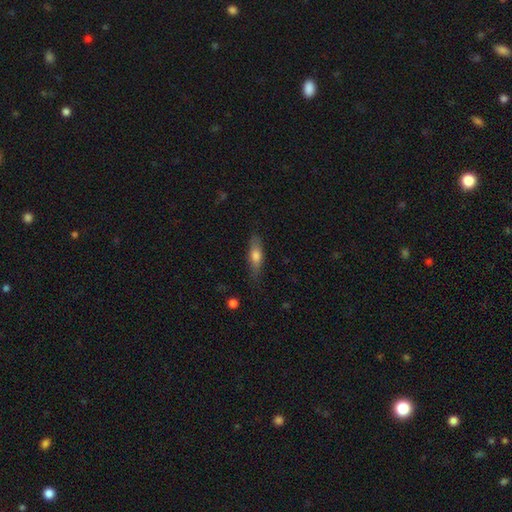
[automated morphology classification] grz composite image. It shows a smooth galaxy with no disk features (64%) that is cigar-shaped (55%). Merging: none (78%).